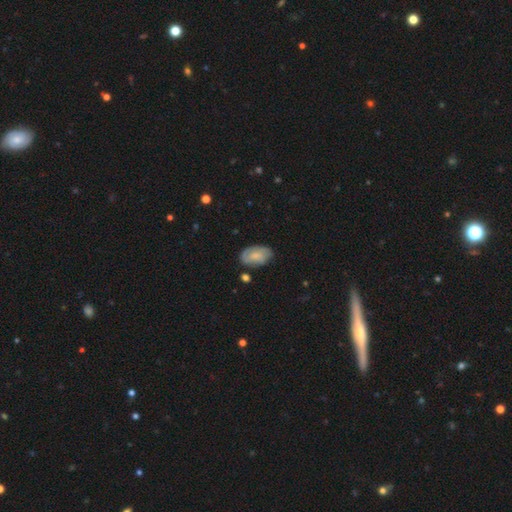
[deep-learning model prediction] The model was most divided on "smooth or featured": smooth: 55%, featured or disk: 38%, star or artifact: 7%. More confident: how rounded — in between (91%); merging — none (70%).